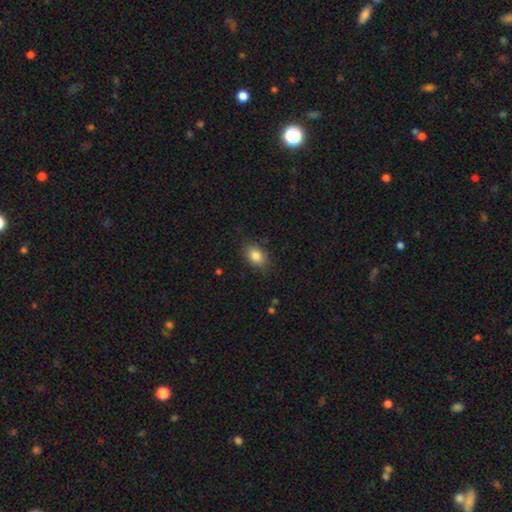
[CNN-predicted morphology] smooth_or_featured: smooth (p=0.85) [alt: star or artifact p=0.08]
how_rounded: in between (p=0.77) [alt: round p=0.22]
merging: none (p=0.83) [alt: minor disturbance p=0.13]